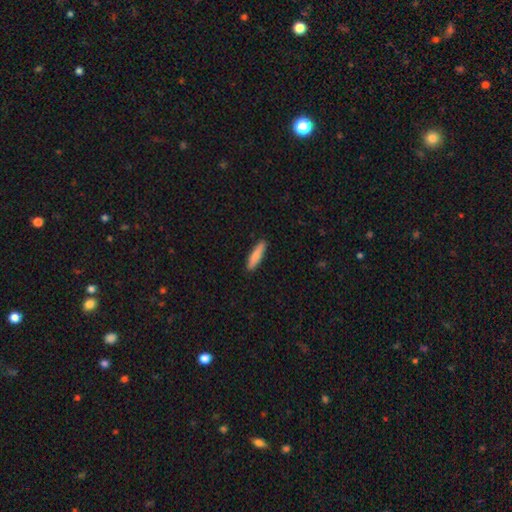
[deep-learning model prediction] Smooth or featured? Predicted: smooth (p=0.84). How rounded? Predicted: cigar-shaped (p=0.83). Merging? Predicted: none (p=0.89).